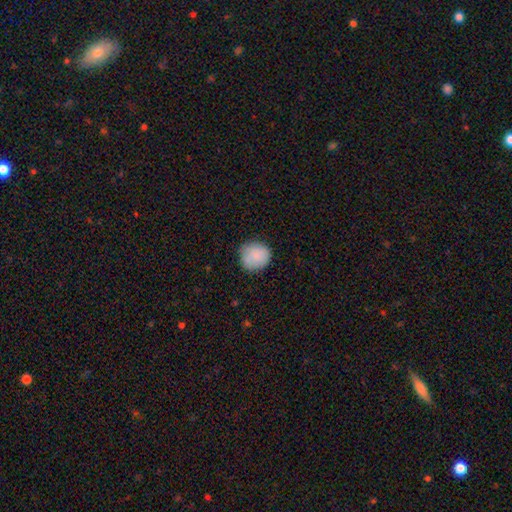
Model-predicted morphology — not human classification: Q: Smooth or featured?
A: smooth (86%); runner-up: star or artifact (7%)
Q: How rounded?
A: round (88%); runner-up: in between (11%)
Q: Merging?
A: none (78%); runner-up: minor disturbance (18%)